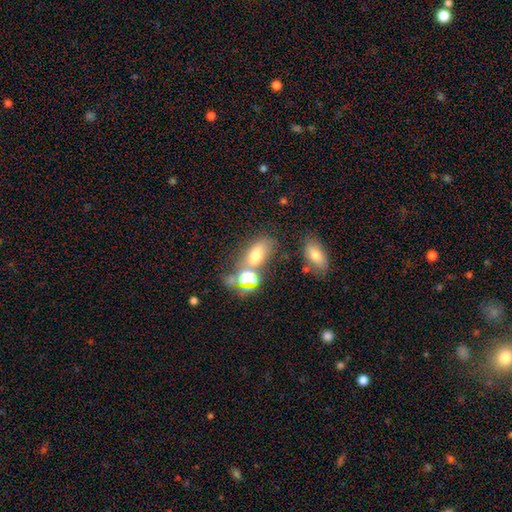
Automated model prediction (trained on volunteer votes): Smooth or featured: smooth — 64% (star or artifact — 23%)
How rounded: in between — 77% (round — 16%)
Merging: none — 44% (merger — 33%)